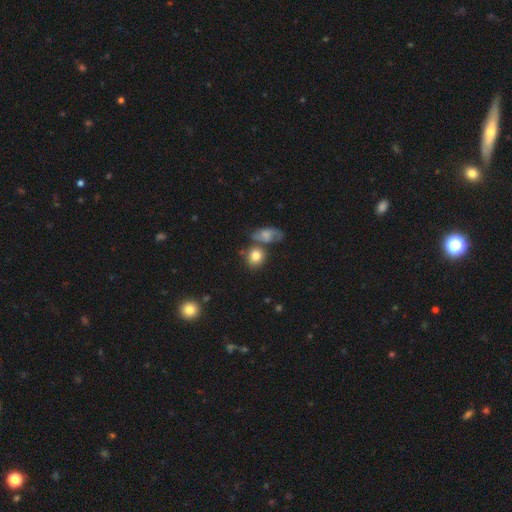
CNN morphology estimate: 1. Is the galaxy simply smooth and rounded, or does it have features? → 80% smooth, 11% featured or disk, 9% star or artifact.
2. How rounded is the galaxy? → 73% round, 25% in between, 2% cigar-shaped.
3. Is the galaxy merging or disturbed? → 58% none, 23% merger, 14% minor disturbance, 5% major disturbance.